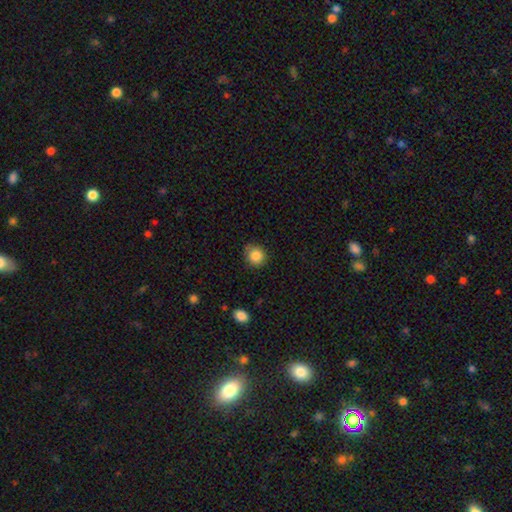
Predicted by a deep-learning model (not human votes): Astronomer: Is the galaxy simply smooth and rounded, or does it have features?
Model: smooth — 85%.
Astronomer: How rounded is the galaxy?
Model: round — 80%.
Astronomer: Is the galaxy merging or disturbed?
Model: none — 80%.